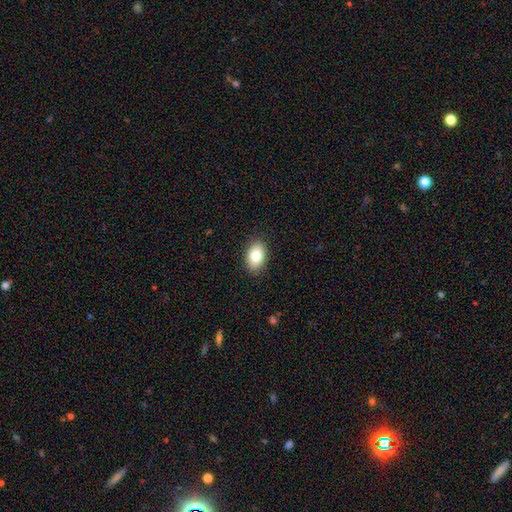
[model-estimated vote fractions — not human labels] Smooth or featured?
  - smooth: 80% *
  - featured or disk: 12%
  - star or artifact: 8%
How rounded?
  - in between: 88% *
  - round: 11%
  - cigar-shaped: 1%
Merging?
  - none: 88% *
  - minor disturbance: 9%
  - major disturbance: 2%
  - merger: 1%